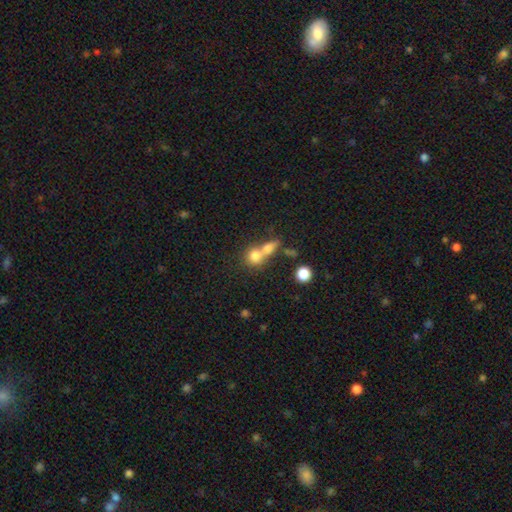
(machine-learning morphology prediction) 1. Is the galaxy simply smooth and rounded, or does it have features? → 75% smooth, 14% featured or disk, 11% star or artifact.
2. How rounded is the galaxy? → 76% round, 21% in between, 3% cigar-shaped.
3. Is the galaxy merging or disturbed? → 59% merger, 30% none, 7% minor disturbance, 4% major disturbance.